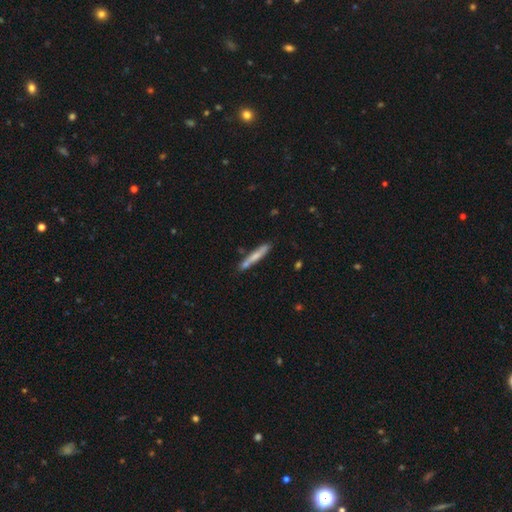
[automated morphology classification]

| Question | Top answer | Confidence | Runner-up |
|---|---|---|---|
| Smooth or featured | smooth | 64% | featured or disk (30%) |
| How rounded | cigar-shaped | 92% | in between (6%) |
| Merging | none | 69% | minor disturbance (16%) |